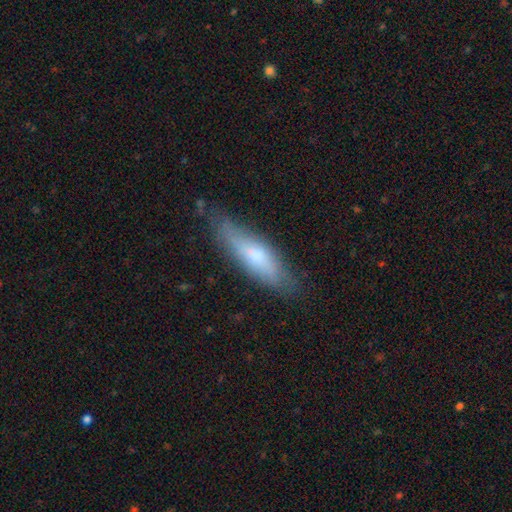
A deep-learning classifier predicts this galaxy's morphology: smooth-or-featured: smooth: 65% | featured or disk: 29% | star or artifact: 6%
  how-rounded: cigar-shaped: 64% | in between: 34% | round: 2%
  merging: none: 70% | minor disturbance: 23% | major disturbance: 5% | merger: 2%